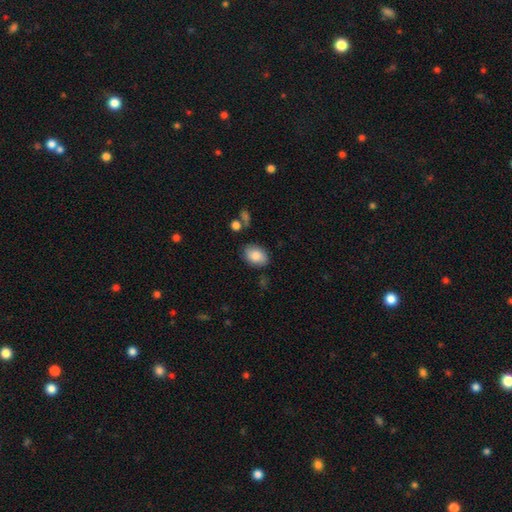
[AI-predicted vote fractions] Morphology: type=smooth (84%); roundness=in between (81%); merging=none (80%).